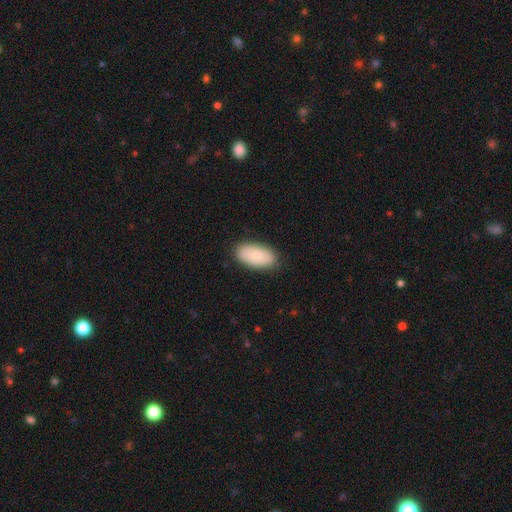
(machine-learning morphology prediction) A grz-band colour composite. It shows a smooth galaxy with no disk features (80%) that is in between round and cigar-shaped (95%). Merging: none (86%).